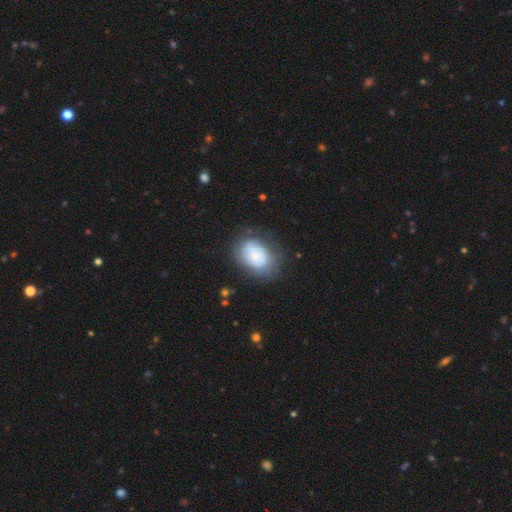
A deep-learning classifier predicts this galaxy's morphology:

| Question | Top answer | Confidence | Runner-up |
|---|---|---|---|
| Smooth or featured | smooth | 61% | featured or disk (30%) |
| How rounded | in between | 77% | round (22%) |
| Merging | none | 62% | minor disturbance (23%) |